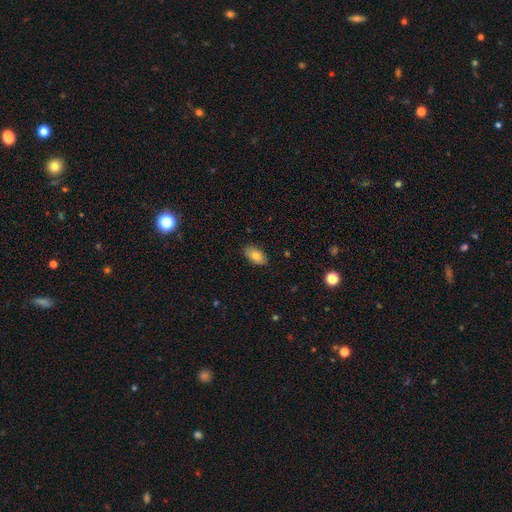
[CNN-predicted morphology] Smooth or featured? Predicted: smooth (p=0.82). How rounded? Predicted: in between (p=0.93). Merging? Predicted: none (p=0.86).